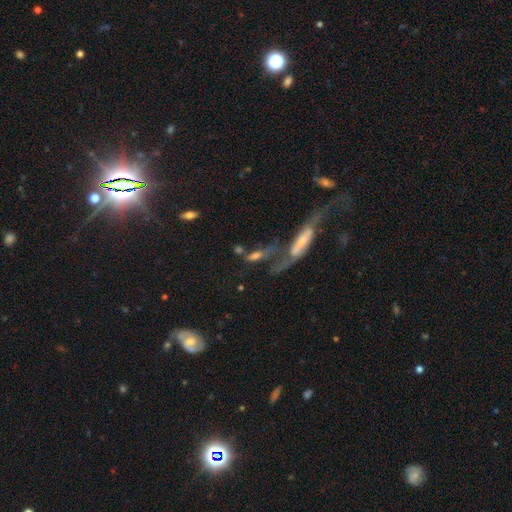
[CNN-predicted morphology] This is possibly a smooth galaxy (45%). Merging: possibly merger (46%).